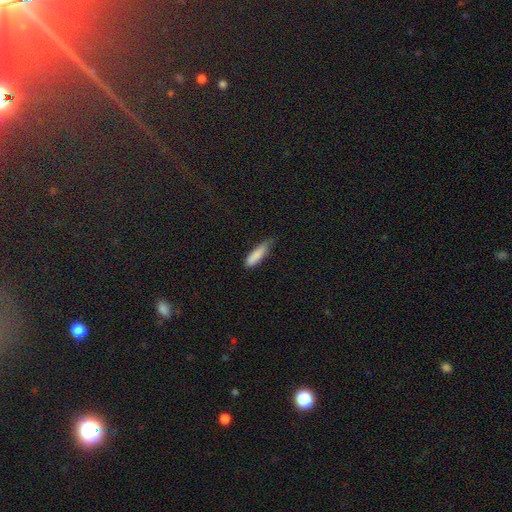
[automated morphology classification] This is clearly a smooth galaxy (86%). How rounded: likely cigar-shaped (65%). Merging: possibly none (54%).